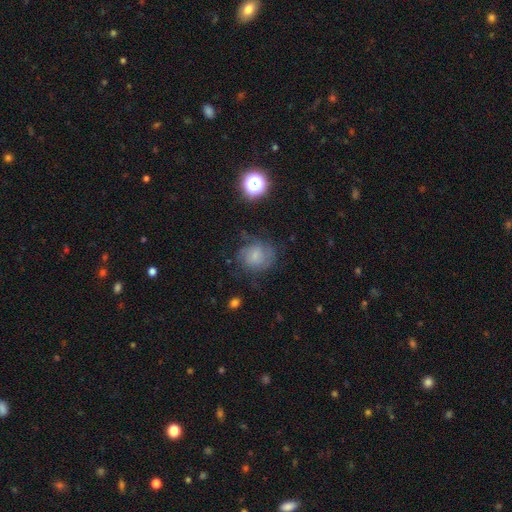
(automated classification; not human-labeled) Smooth or featured? smooth (49%)
Merging? none (58%)